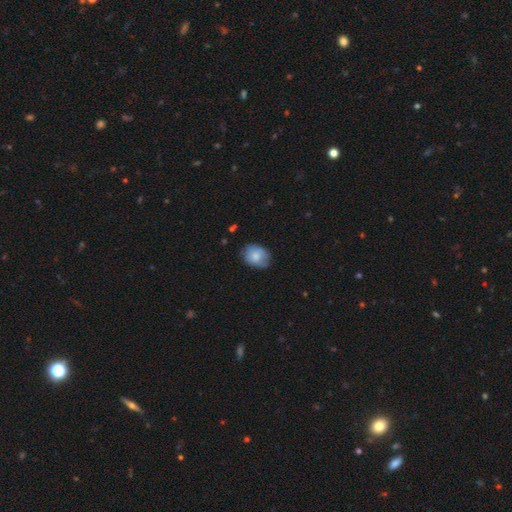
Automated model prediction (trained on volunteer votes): The model was most divided on "how rounded": in between: 64%, round: 35%, cigar-shaped: 1%. More confident: smooth or featured — smooth (80%); merging — none (74%).